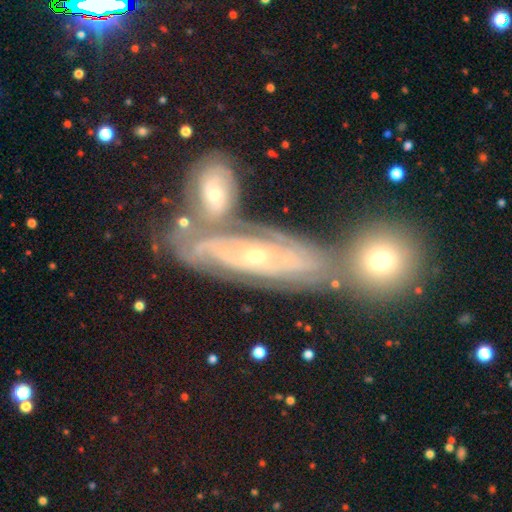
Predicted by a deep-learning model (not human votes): A featured or disk galaxy (72%) with no bar (70%), spiral arms (83%) and a small central bulge (63%).

Vote fractions:
- Smooth or featured? featured or disk: 72% / smooth: 15% / star or artifact: 13%
- Edge-on disk? no: 78% / yes: 22%
- Bar? no: 70% / weak: 22% / strong: 8%
- Spiral arms? yes: 83% / no: 17%
- Bulge size? small: 63% / moderate: 33% / large: 2% / none: 1% / dominant: 1%
- Merging? none: 64% / merger: 15% / minor disturbance: 15% / major disturbance: 6%